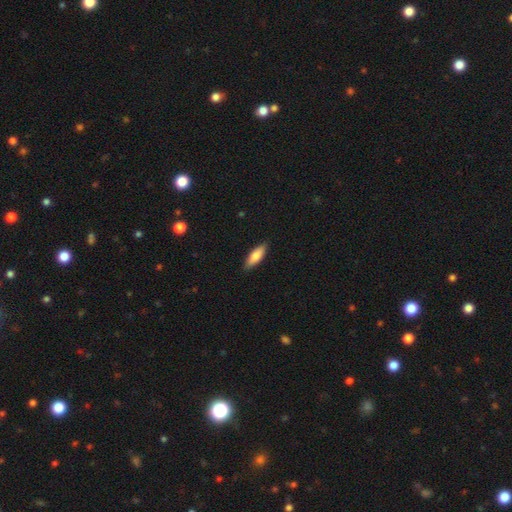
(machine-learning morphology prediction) Smooth or featured? smooth (77%)
How rounded? in between (55%)
Merging? none (87%)